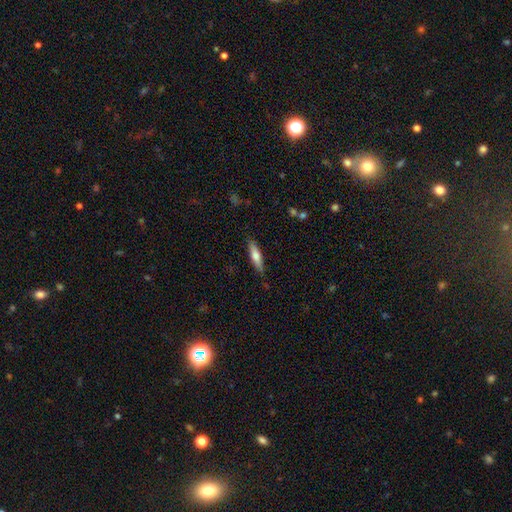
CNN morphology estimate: A smooth galaxy with no disk features (64%) that is cigar-shaped (70%).

Vote fractions:
- Smooth or featured? smooth: 64% / featured or disk: 30% / star or artifact: 6%
- How rounded? cigar-shaped: 70% / in between: 28% / round: 2%
- Merging? none: 85% / minor disturbance: 11% / major disturbance: 2% / merger: 2%